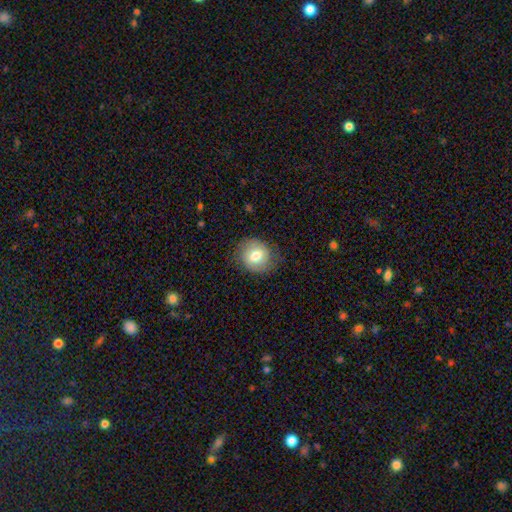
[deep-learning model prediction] smooth_or_featured: smooth (p=0.71) [alt: featured or disk p=0.21]
how_rounded: round (p=0.70) [alt: in between p=0.29]
merging: none (p=0.75) [alt: minor disturbance p=0.18]